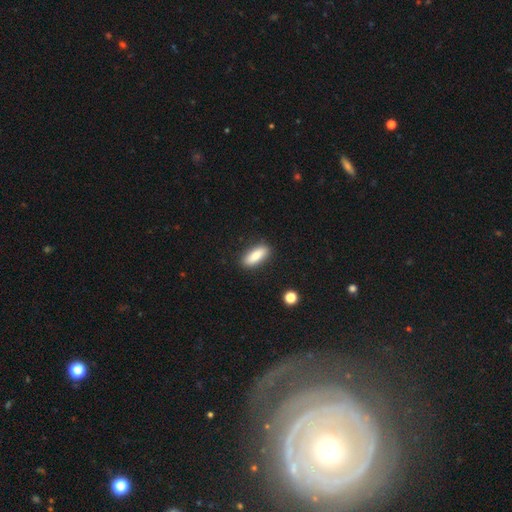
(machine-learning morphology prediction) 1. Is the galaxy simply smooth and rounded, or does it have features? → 81% smooth, 12% featured or disk, 7% star or artifact.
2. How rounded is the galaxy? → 69% in between, 28% cigar-shaped, 2% round.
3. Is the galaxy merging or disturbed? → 87% none, 9% minor disturbance, 2% major disturbance, 2% merger.